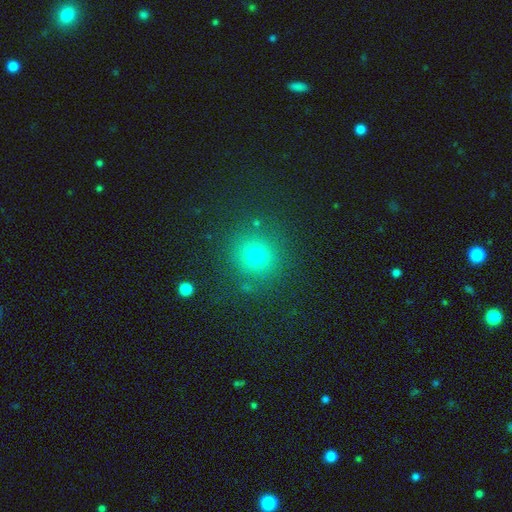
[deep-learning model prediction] Q: Smooth or featured?
A: smooth (72%); runner-up: star or artifact (20%)
Q: How rounded?
A: round (92%); runner-up: in between (7%)
Q: Merging?
A: none (85%); runner-up: minor disturbance (8%)